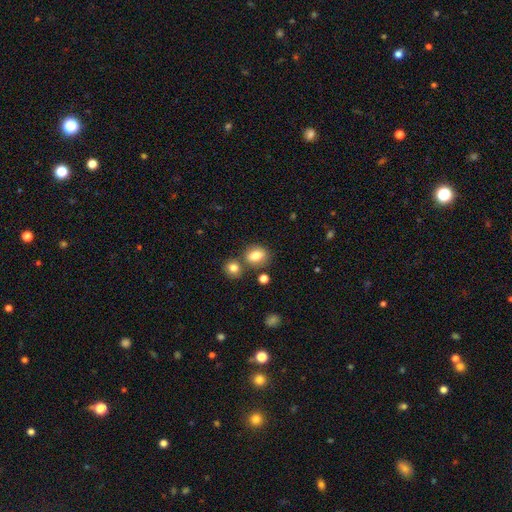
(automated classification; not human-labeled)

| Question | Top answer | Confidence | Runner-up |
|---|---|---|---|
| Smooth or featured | smooth | 81% | star or artifact (10%) |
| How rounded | in between | 55% | round (43%) |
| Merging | none | 66% | merger (18%) |